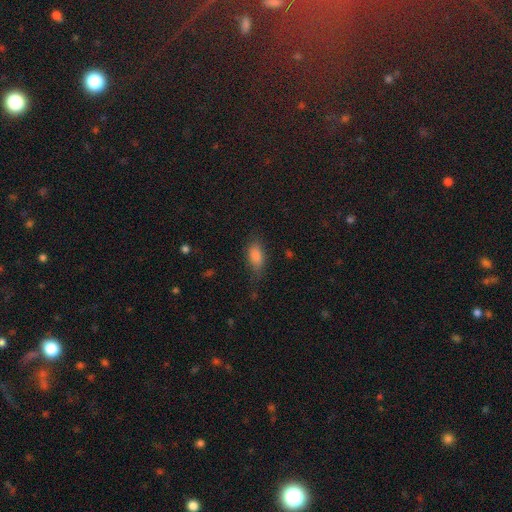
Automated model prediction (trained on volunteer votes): This is likely a smooth galaxy (80%). How rounded: clearly in between (84%). Merging: likely none (68%).